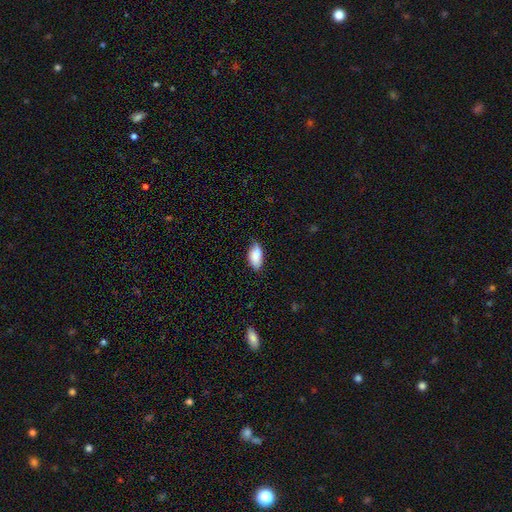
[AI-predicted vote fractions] smooth 86%, featured or disk 7%, star or artifact 7%. Down the decision tree: how rounded — in between (90%); merging — none (73%).